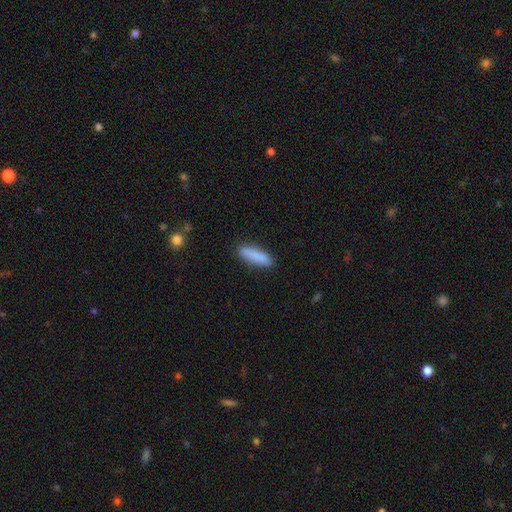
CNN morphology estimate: A smooth galaxy with no disk features (86%) that is cigar-shaped (66%).

Vote fractions:
- Smooth or featured? smooth: 86% / featured or disk: 8% / star or artifact: 6%
- How rounded? cigar-shaped: 66% / in between: 32% / round: 2%
- Merging? none: 85% / minor disturbance: 11% / major disturbance: 2% / merger: 1%